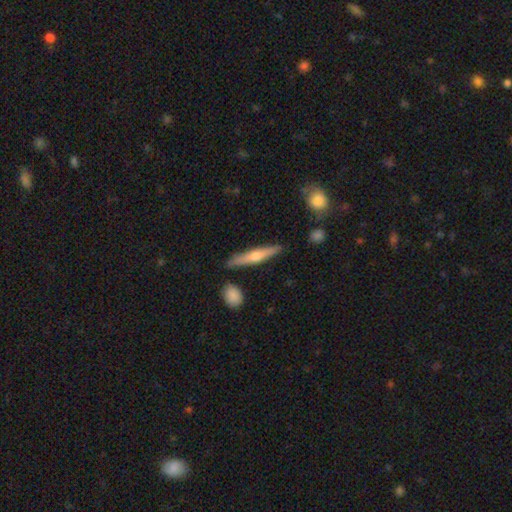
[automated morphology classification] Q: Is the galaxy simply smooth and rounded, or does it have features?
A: featured or disk — 54%.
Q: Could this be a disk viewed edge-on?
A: yes — 95%.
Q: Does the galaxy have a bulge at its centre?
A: rounded — 87%.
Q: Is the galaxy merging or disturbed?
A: none — 87%.